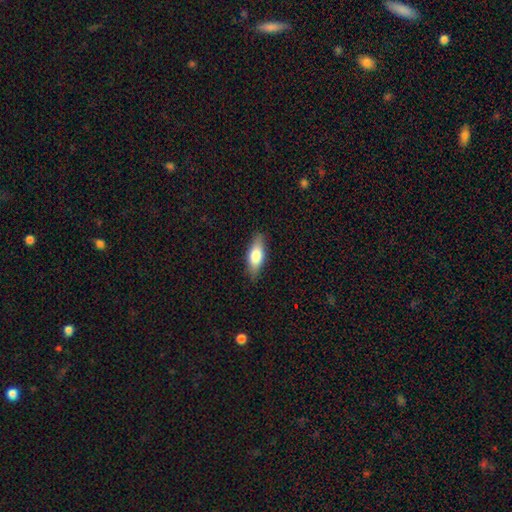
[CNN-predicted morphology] type=smooth (67%); roundness=in between (68%); merging=none (85%).